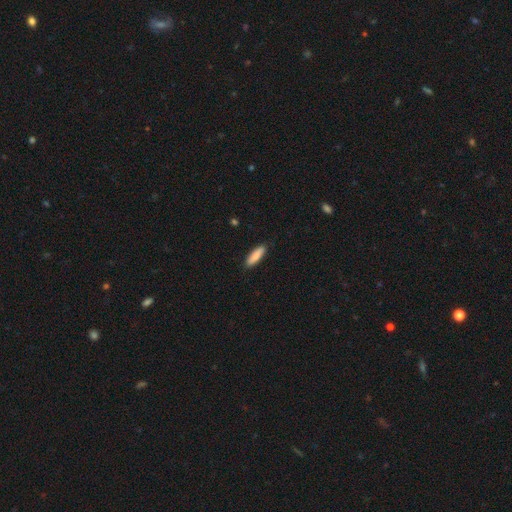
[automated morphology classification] Smooth or featured? Predicted: smooth (p=0.86). How rounded? Predicted: cigar-shaped (p=0.58). Merging? Predicted: none (p=0.88).